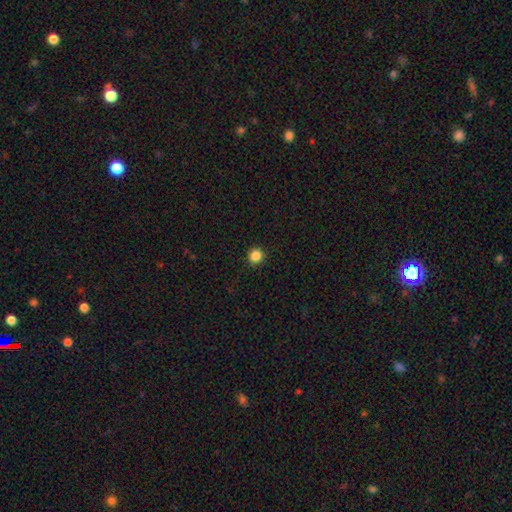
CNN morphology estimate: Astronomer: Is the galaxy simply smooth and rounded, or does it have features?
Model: smooth — 86%.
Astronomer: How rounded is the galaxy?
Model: round — 93%.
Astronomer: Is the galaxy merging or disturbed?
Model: none — 92%.